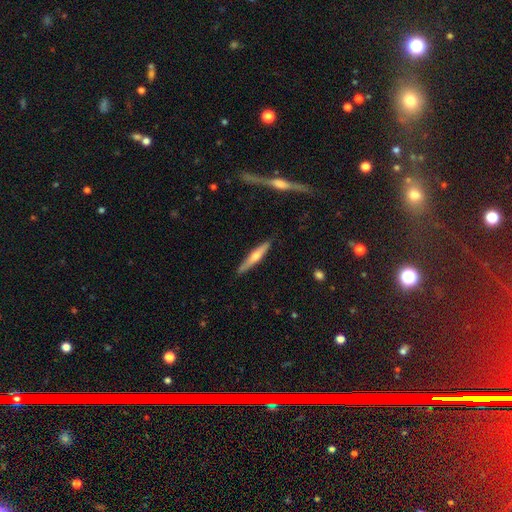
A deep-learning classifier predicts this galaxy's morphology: smooth-or-featured: featured or disk: 58% | smooth: 36% | star or artifact: 6%
  disk-edge-on: yes: 96% | no: 4%
    edge-on-bulge: rounded: 86% | none: 9% | boxy: 5%
  merging: none: 87% | minor disturbance: 9% | major disturbance: 2% | merger: 2%